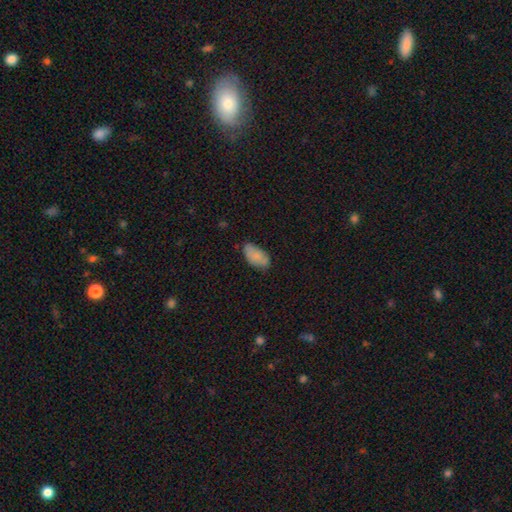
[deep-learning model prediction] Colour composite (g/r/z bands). It shows a smooth galaxy with no disk features (82%) that is in between round and cigar-shaped (94%). Merging: none (69%).